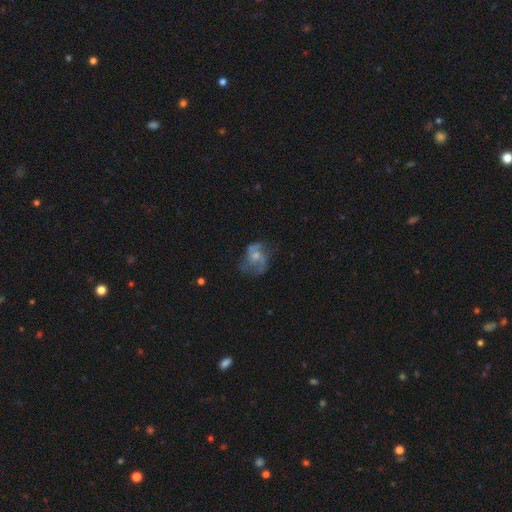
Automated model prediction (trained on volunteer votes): This is likely a featured or disk galaxy (62%). It is clearly not viewed edge-on (97%). Bar: likely no (71%). Spiral arm pattern: likely yes (72%). Central bulge: possibly moderate (47%). Merging: possibly none (46%).